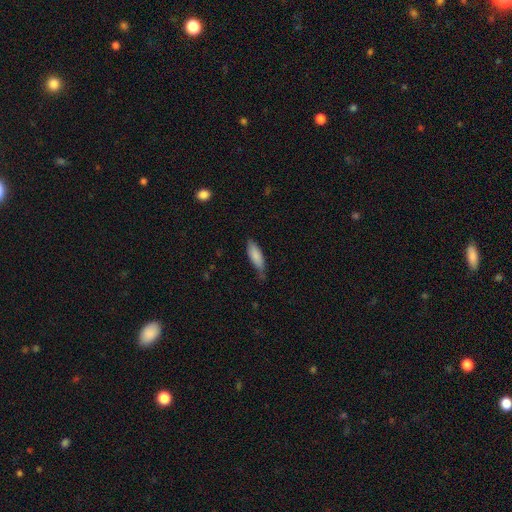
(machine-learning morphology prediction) This is clearly a smooth galaxy (84%). How rounded: possibly in between (55%). Merging: likely none (62%).